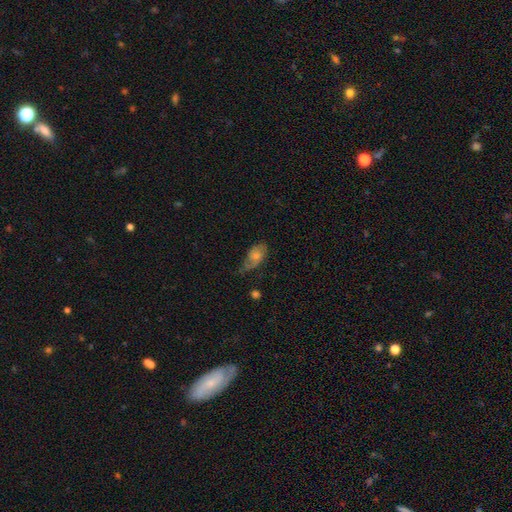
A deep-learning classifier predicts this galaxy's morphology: Overall: featured or disk (56%; smooth 33%). Edge-on disk: no (93%). Bar: no (73%). Spiral arms: yes (80%). Bulge size: moderate (47%; small 42%). Merging: none (49%; minor disturbance 31%).